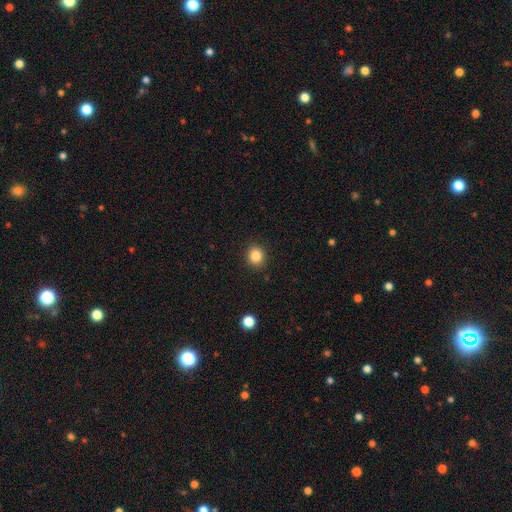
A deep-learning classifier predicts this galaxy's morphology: A smooth galaxy with no disk features (84%) that is round (85%).

Vote fractions:
- Smooth or featured? smooth: 84% / star or artifact: 11% / featured or disk: 4%
- How rounded? round: 85% / in between: 15% / cigar-shaped: 1%
- Merging? none: 91% / minor disturbance: 6% / major disturbance: 2% / merger: 1%